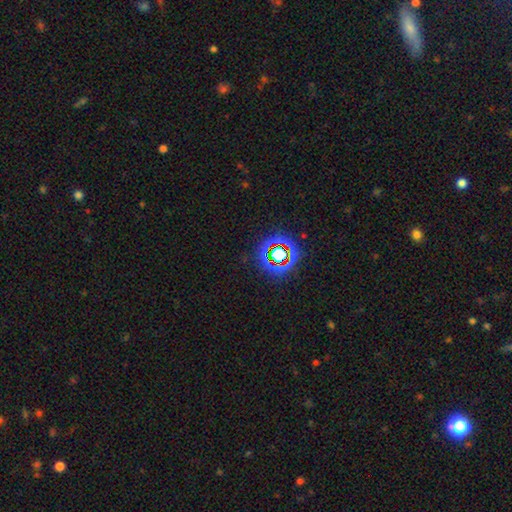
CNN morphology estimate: smooth_or_featured: star or artifact (p=0.69) [alt: smooth p=0.16]